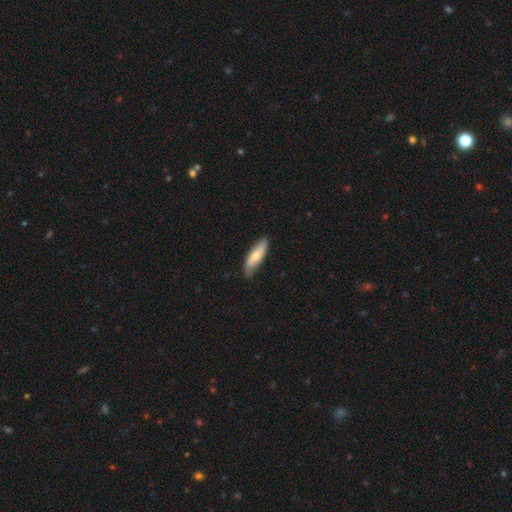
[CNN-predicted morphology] Smooth or featured?
  - smooth: 56% *
  - featured or disk: 38%
  - star or artifact: 6%
How rounded?
  - cigar-shaped: 51% *
  - in between: 47%
  - round: 2%
Merging?
  - none: 79% *
  - minor disturbance: 17%
  - major disturbance: 3%
  - merger: 1%